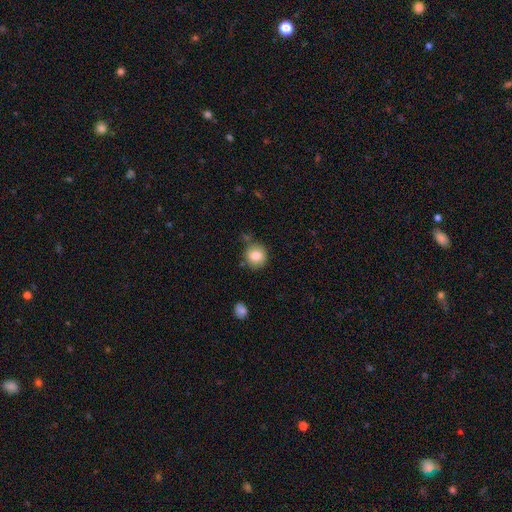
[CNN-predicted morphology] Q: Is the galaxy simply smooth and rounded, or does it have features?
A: smooth — 83%.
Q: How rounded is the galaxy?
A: round — 88%.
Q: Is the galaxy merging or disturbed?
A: none — 75%.